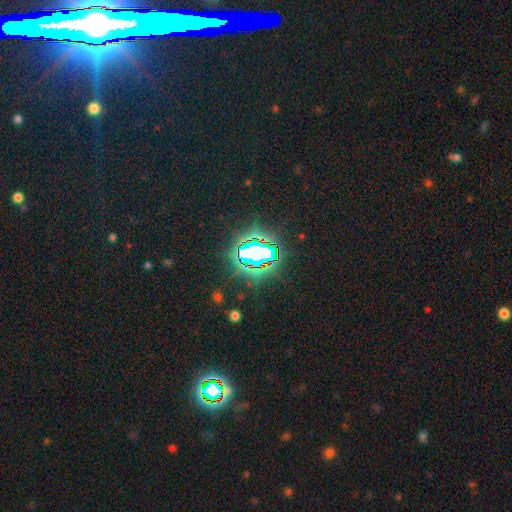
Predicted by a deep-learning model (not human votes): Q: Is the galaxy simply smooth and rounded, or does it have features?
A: star or artifact — 73%.